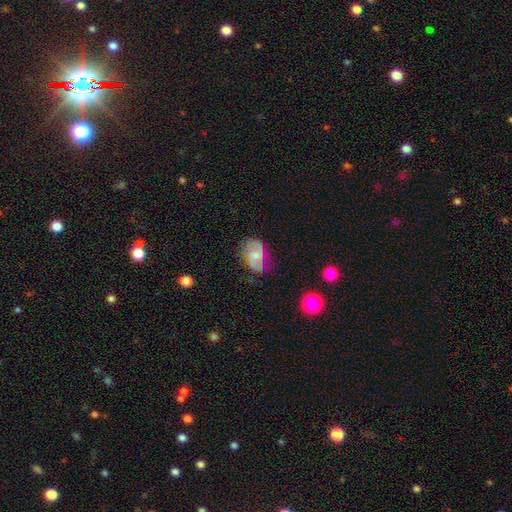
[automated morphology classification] Smooth or featured? Predicted: featured or disk (p=0.58). Edge-on disk? Predicted: no (p=0.97). Bar? Predicted: no (p=0.50). Spiral arms? Predicted: yes (p=0.85). Bulge size? Predicted: small (p=0.45). Merging? Predicted: none (p=0.56).